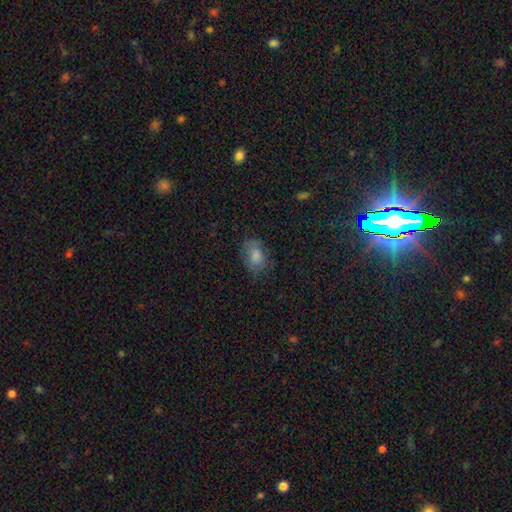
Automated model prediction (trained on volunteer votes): Smooth or featured?
  - smooth: 80% *
  - featured or disk: 11%
  - star or artifact: 10%
How rounded?
  - in between: 78% *
  - round: 21%
  - cigar-shaped: 1%
Merging?
  - none: 68% *
  - minor disturbance: 22%
  - major disturbance: 9%
  - merger: 1%